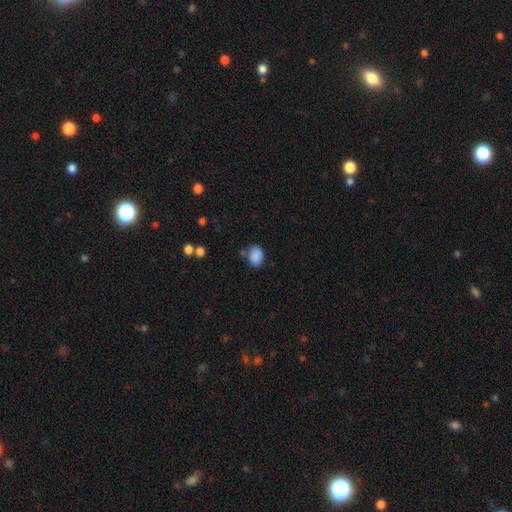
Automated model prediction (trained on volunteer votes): A smooth galaxy with no disk features (88%) that is in between round and cigar-shaped (78%).

Vote fractions:
- Smooth or featured? smooth: 88% / star or artifact: 8% / featured or disk: 4%
- How rounded? in between: 78% / round: 21% / cigar-shaped: 1%
- Merging? none: 71% / minor disturbance: 17% / merger: 8% / major disturbance: 4%